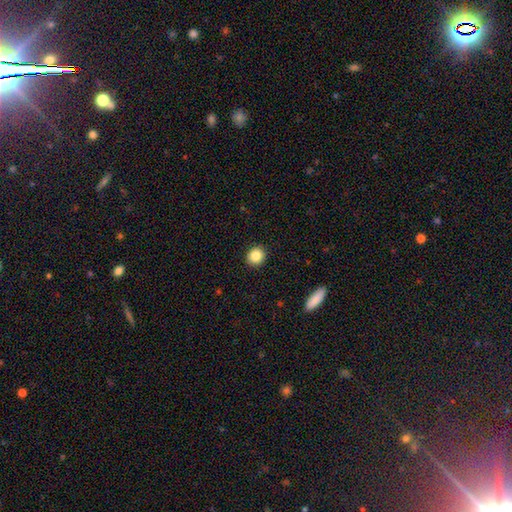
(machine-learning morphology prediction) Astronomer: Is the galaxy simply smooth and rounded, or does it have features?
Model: smooth — 86%.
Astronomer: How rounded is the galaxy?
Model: round — 86%.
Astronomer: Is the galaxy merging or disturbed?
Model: none — 92%.